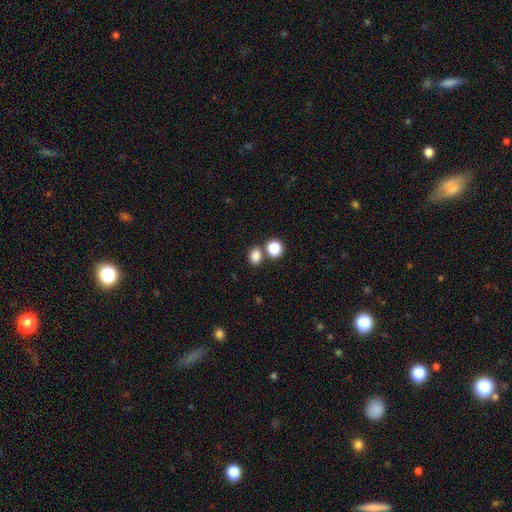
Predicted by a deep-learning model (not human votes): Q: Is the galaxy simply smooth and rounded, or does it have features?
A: smooth — 83%.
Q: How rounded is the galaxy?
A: in between — 55%.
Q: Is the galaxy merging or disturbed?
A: none — 65%.